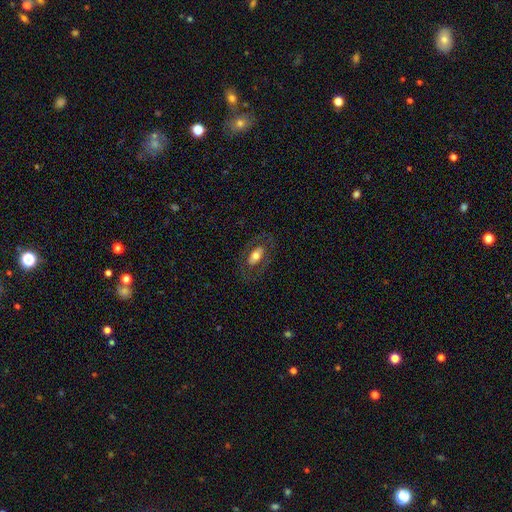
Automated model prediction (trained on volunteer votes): A smooth galaxy with no disk features (58%) that is in between round and cigar-shaped (90%). Merging: none (78%).